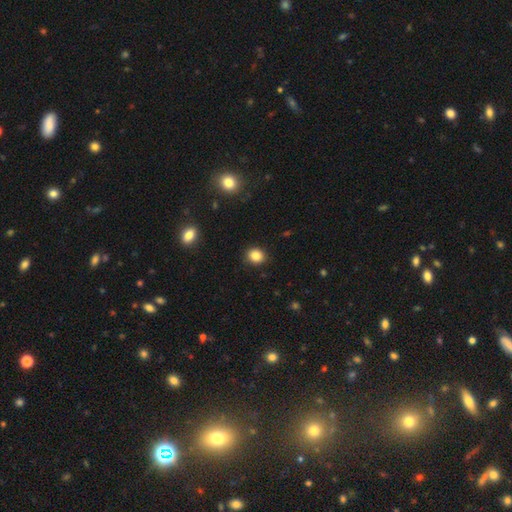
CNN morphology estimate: Smooth or featured? smooth (86%)
How rounded? round (71%)
Merging? none (89%)